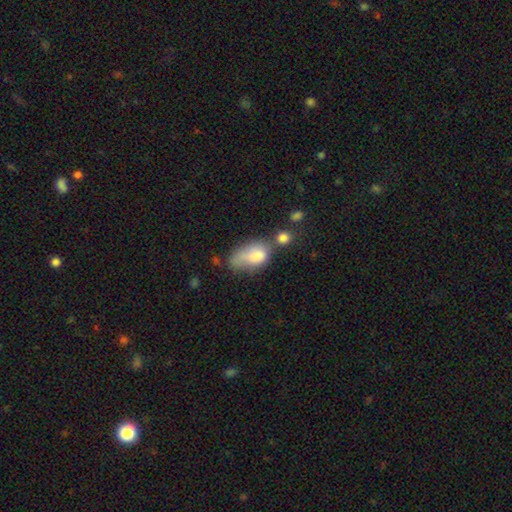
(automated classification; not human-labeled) Morphology: type=smooth (74%); roundness=in between (89%); merging=merger (28%).